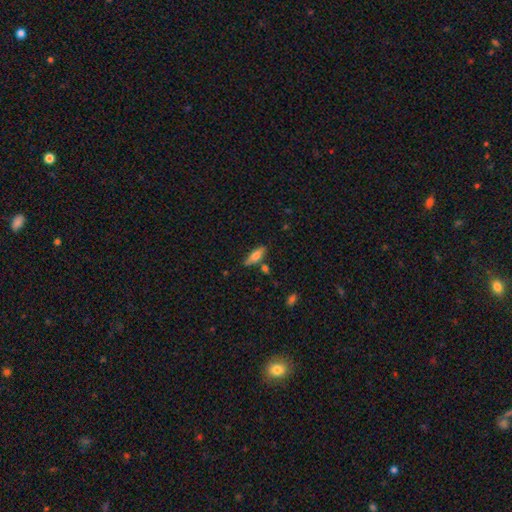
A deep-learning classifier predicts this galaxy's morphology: A smooth galaxy with no disk features (66%) that is in between round and cigar-shaped (58%).

Vote fractions:
- Smooth or featured? smooth: 66% / featured or disk: 27% / star or artifact: 7%
- How rounded? in between: 58% / cigar-shaped: 39% / round: 3%
- Merging? none: 72% / minor disturbance: 16% / merger: 8% / major disturbance: 4%